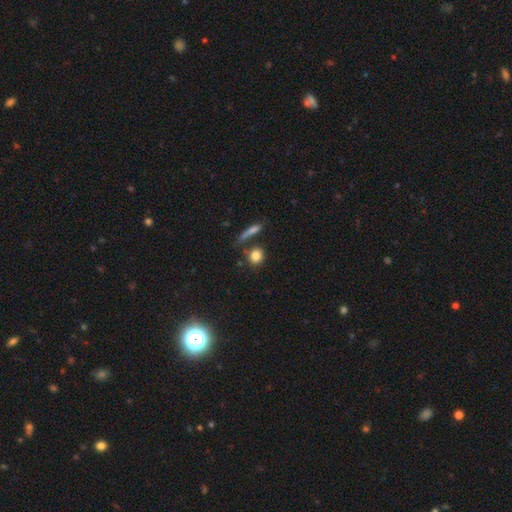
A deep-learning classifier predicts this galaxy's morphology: Smooth or featured?
  - smooth: 82% *
  - star or artifact: 10%
  - featured or disk: 8%
How rounded?
  - round: 80% *
  - in between: 16%
  - cigar-shaped: 4%
Merging?
  - none: 72% *
  - merger: 13%
  - minor disturbance: 11%
  - major disturbance: 5%